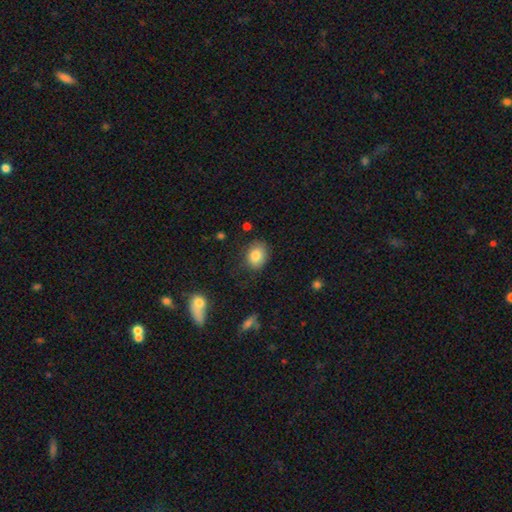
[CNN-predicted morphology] Overall: smooth (83%). How rounded: in between (56%; round 43%). Merging: none (77%).